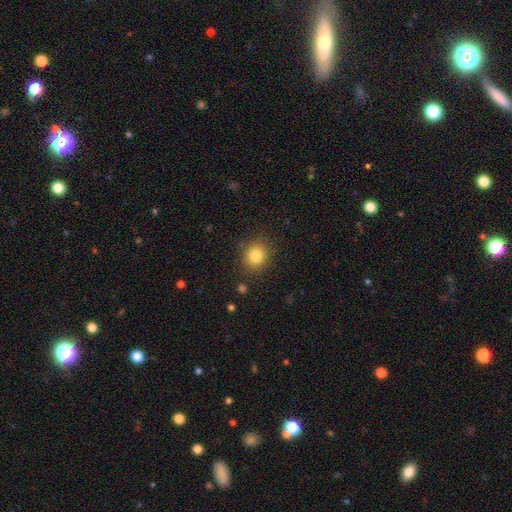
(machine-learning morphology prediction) Smooth or featured? smooth (82%)
How rounded? round (73%)
Merging? none (86%)